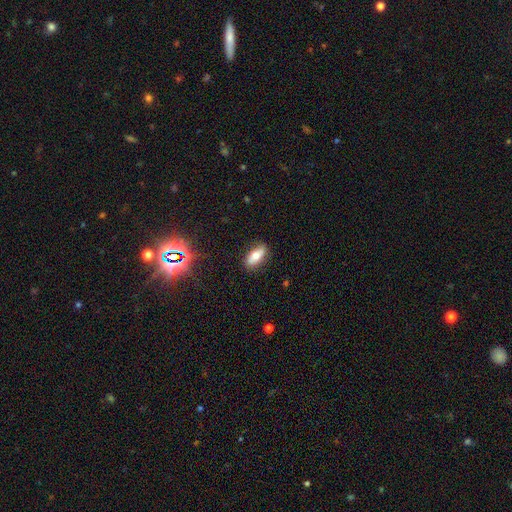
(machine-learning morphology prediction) This appears to be a smooth galaxy with no disk features (66%) that is in between round and cigar-shaped (78%). Merging: none (85%).